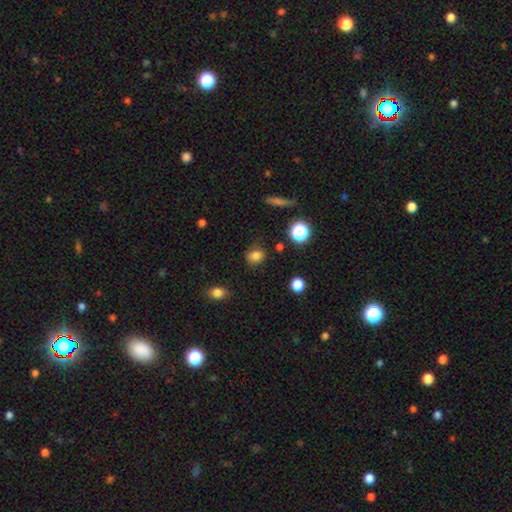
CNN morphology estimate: smooth 80%, star or artifact 14%, featured or disk 6%. Down the decision tree: how rounded — round (58%); merging — none (78%).